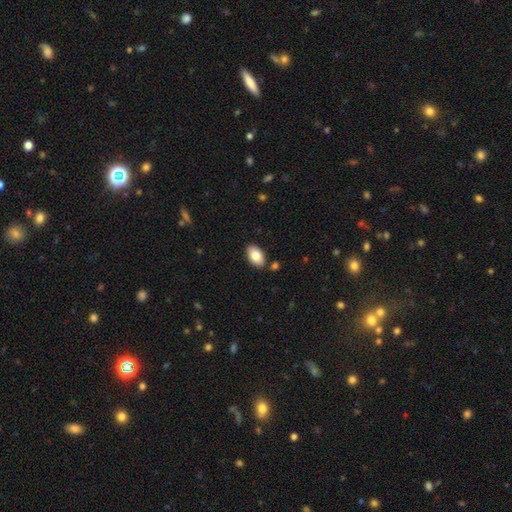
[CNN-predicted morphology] smooth 82%, featured or disk 12%, star or artifact 7%. Down the decision tree: how rounded — in between (94%); merging — none (85%).